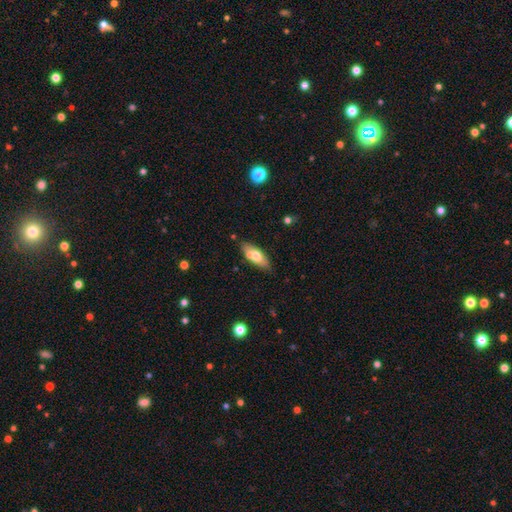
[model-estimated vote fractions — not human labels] Smooth or featured: smooth — 64% (featured or disk — 30%)
How rounded: in between — 72% (cigar-shaped — 26%)
Merging: none — 73% (minor disturbance — 14%)